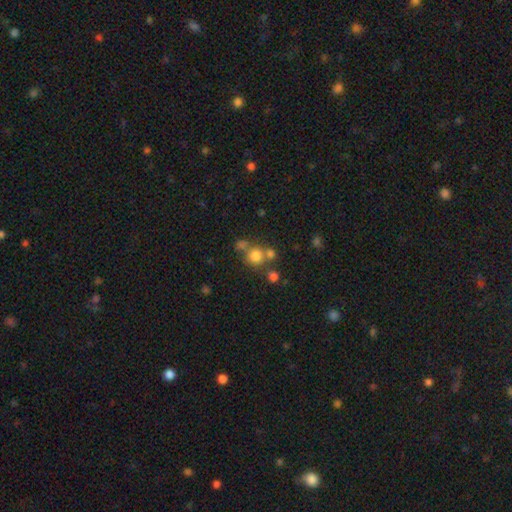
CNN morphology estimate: The model was most divided on "merging": none: 57%, merger: 30%, minor disturbance: 9%, major disturbance: 5%. More confident: how rounded — round (90%); smooth or featured — smooth (74%).